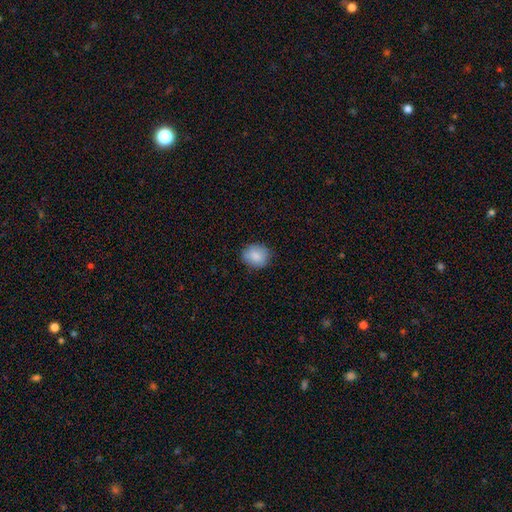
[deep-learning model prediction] Smooth or featured? Predicted: smooth (p=0.87). How rounded? Predicted: round (p=0.70). Merging? Predicted: none (p=0.85).